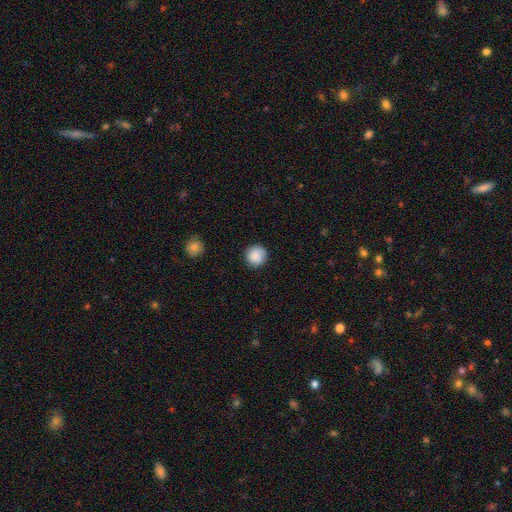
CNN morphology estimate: type=smooth (88%); roundness=round (94%); merging=none (88%).